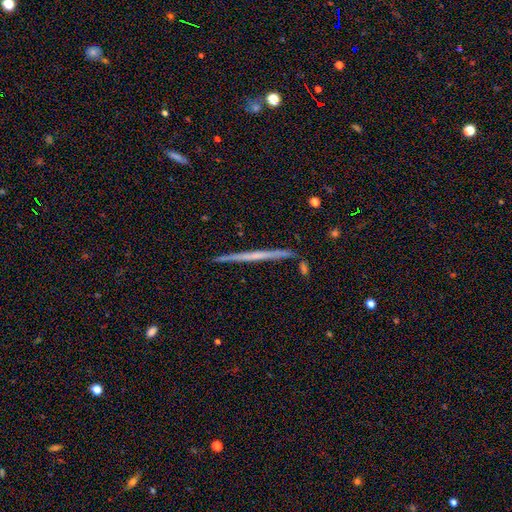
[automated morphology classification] The model was most divided on "smooth or featured": featured or disk: 62%, smooth: 31%, star or artifact: 7%. More confident: edge-on disk — yes (98%); merging — none (91%); edge-on bulge — none (81%).